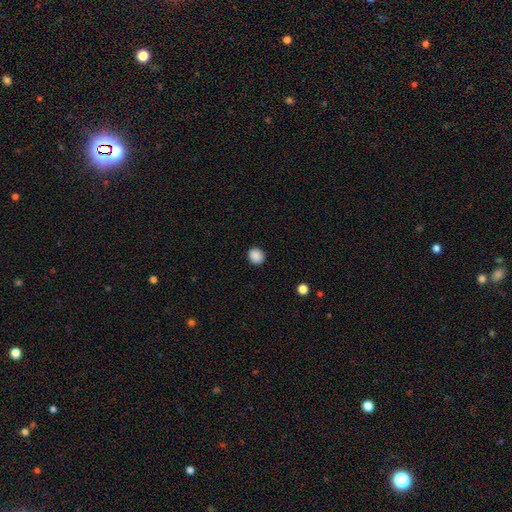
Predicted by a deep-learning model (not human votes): smooth-or-featured: smooth: 88% | star or artifact: 9% | featured or disk: 2%
  how-rounded: round: 86% | in between: 14% | cigar-shaped: 1%
  merging: none: 92% | minor disturbance: 6% | major disturbance: 2% | merger: 1%